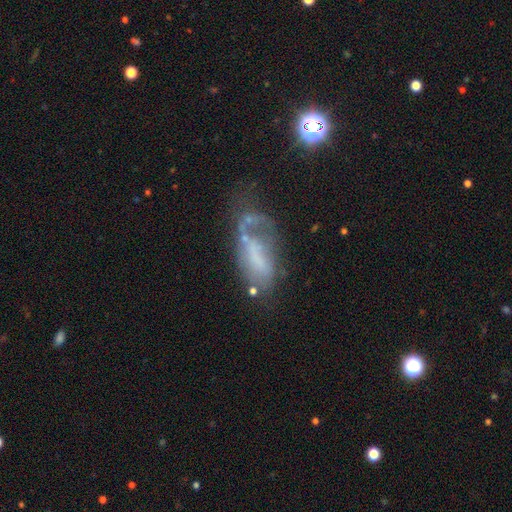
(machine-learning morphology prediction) Smooth or featured: featured or disk — 55% (smooth — 31%)
Edge-on disk: no — 92% (yes — 8%)
Bar: no — 62% (weak — 25%)
Spiral arms: no — 60% (yes — 40%)
Bulge size: none — 63% (small — 17%)
Merging: major disturbance — 39% (none — 28%)